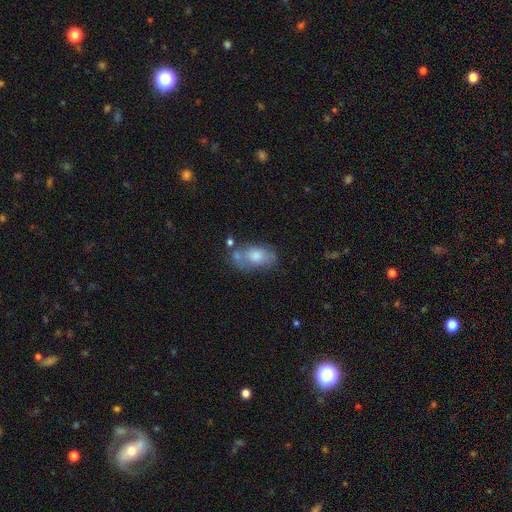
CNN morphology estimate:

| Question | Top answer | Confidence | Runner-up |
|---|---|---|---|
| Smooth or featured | smooth | 64% | featured or disk (27%) |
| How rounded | in between | 85% | round (12%) |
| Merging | none | 50% | minor disturbance (23%) |